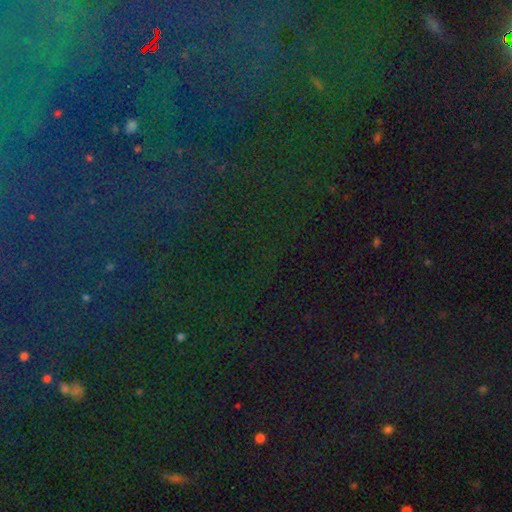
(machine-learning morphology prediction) Overall: star or artifact (83%).